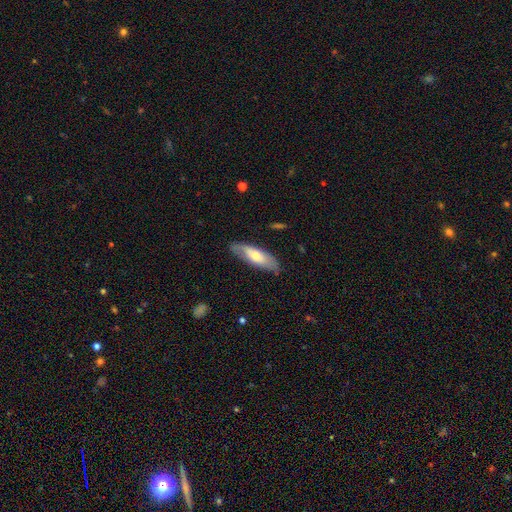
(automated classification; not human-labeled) Smooth or featured? smooth (59%)
How rounded? in between (56%)
Merging? none (77%)